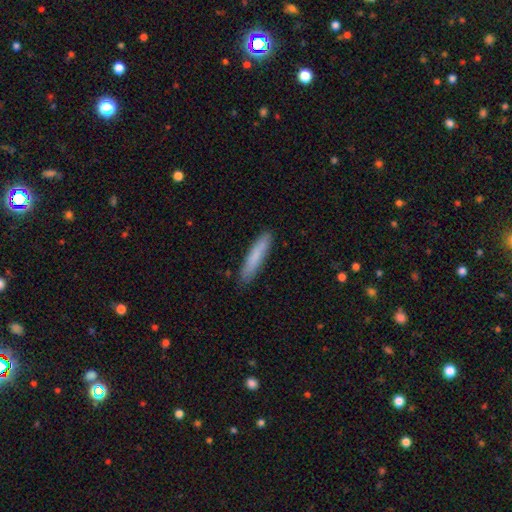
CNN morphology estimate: Q: Smooth or featured?
A: smooth (79%); runner-up: featured or disk (15%)
Q: How rounded?
A: cigar-shaped (89%); runner-up: in between (10%)
Q: Merging?
A: none (88%); runner-up: minor disturbance (10%)